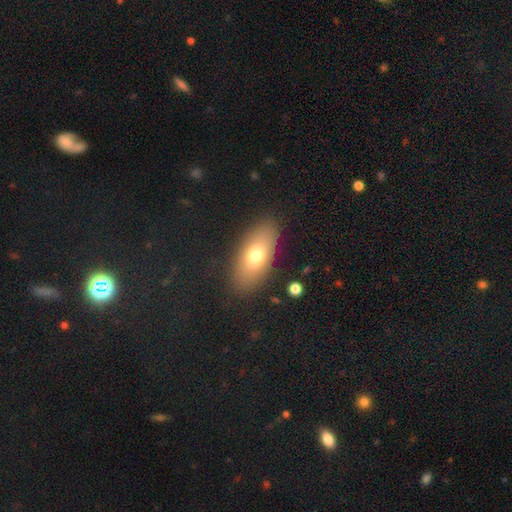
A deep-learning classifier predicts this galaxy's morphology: A smooth galaxy with no disk features (72%) that is in between round and cigar-shaped (86%).

Vote fractions:
- Smooth or featured? smooth: 72% / featured or disk: 19% / star or artifact: 9%
- How rounded? in between: 86% / cigar-shaped: 10% / round: 4%
- Merging? none: 84% / minor disturbance: 10% / major disturbance: 4% / merger: 1%